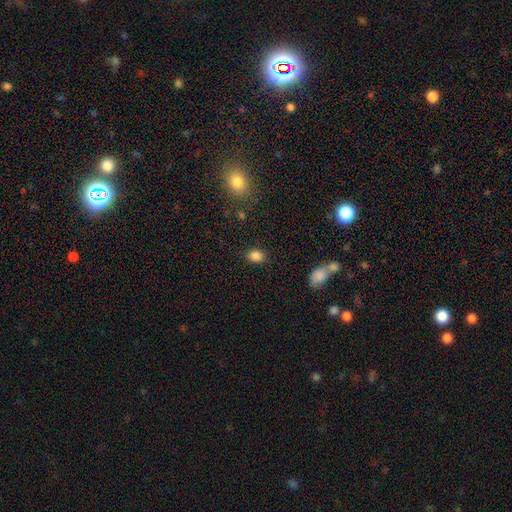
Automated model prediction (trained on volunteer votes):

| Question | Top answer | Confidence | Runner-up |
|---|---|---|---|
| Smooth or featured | smooth | 85% | star or artifact (10%) |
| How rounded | in between | 63% | round (36%) |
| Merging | none | 85% | minor disturbance (10%) |